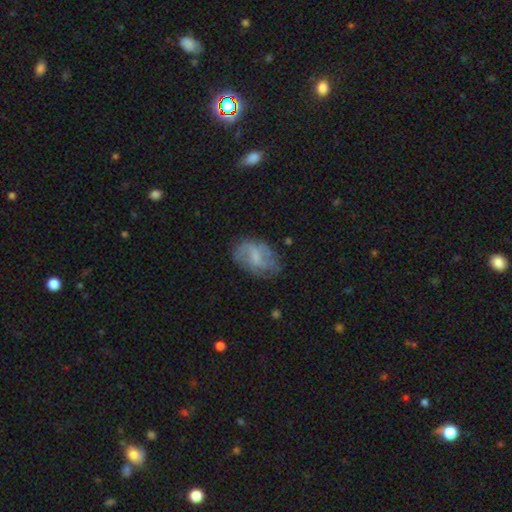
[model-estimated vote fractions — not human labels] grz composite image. It shows a featured or disk galaxy (53%) with a weak bar (52%), spiral arms (69%) and no central bulge (38%). Merging: none (61%).